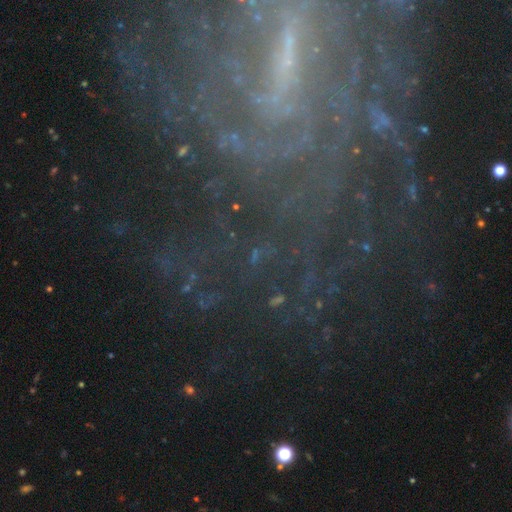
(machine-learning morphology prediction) Q: Smooth or featured?
A: featured or disk (53%); runner-up: star or artifact (34%)
Q: Edge-on disk?
A: no (94%); runner-up: yes (6%)
Q: Merging?
A: none (68%); runner-up: minor disturbance (15%)